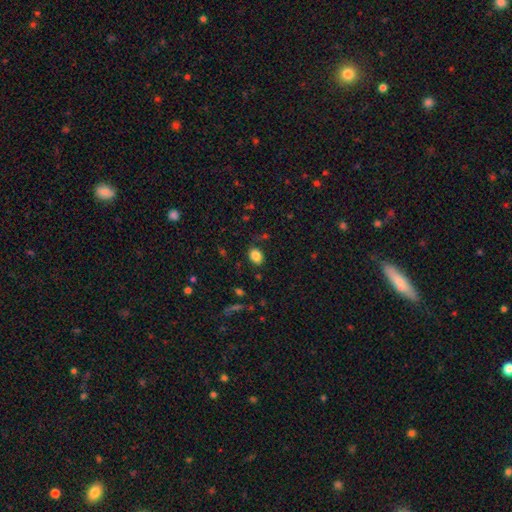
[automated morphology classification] This is clearly a smooth galaxy (84%). How rounded: likely in between (70%). Merging: likely none (80%).